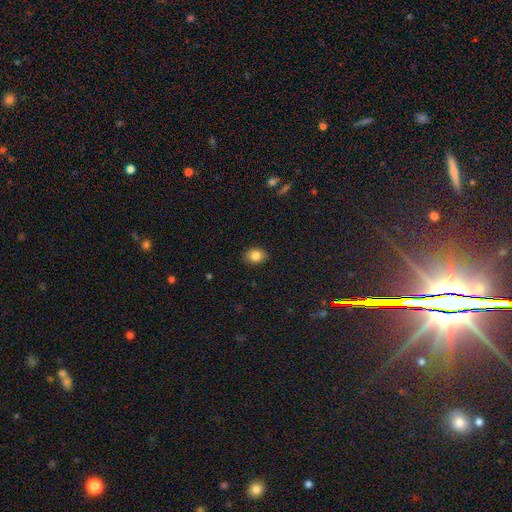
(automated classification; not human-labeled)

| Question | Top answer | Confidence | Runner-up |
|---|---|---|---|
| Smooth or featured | smooth | 84% | star or artifact (10%) |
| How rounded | in between | 56% | round (43%) |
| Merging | none | 88% | minor disturbance (9%) |